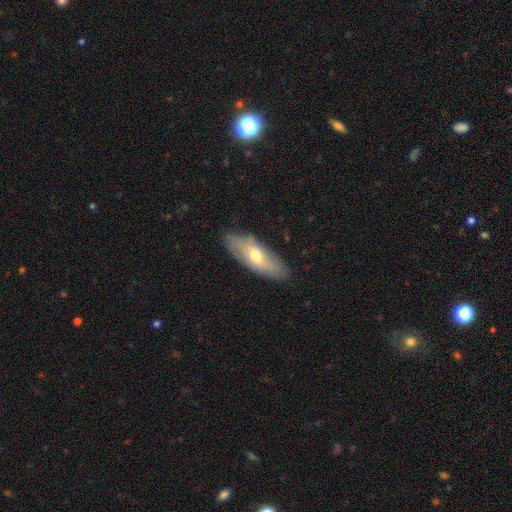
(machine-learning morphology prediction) Smooth or featured?
  - smooth: 53% *
  - featured or disk: 41%
  - star or artifact: 6%
How rounded?
  - in between: 68% *
  - cigar-shaped: 29%
  - round: 3%
Merging?
  - none: 81% *
  - minor disturbance: 14%
  - major disturbance: 3%
  - merger: 1%